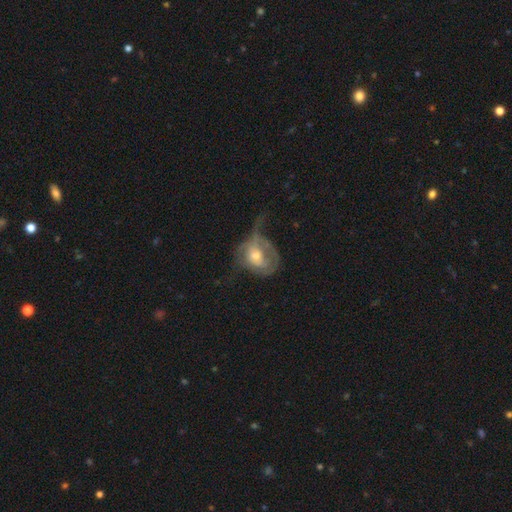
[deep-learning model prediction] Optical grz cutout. It shows a featured or disk galaxy (60%) with no bar (69%), spiral arms (56%) and a moderate central bulge (62%). Merging: major disturbance (53%).